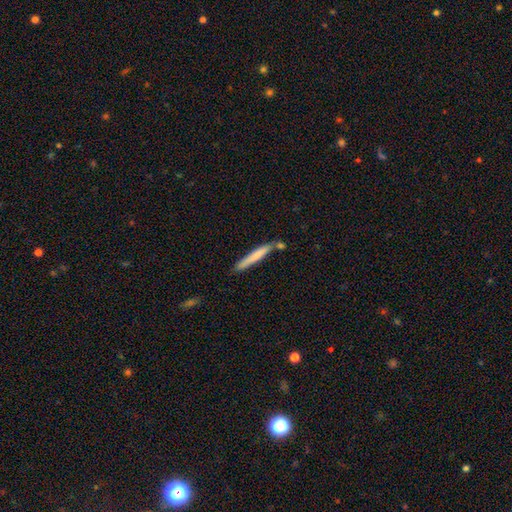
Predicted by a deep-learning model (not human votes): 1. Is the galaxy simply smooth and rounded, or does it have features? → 67% smooth, 27% featured or disk, 6% star or artifact.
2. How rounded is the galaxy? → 95% cigar-shaped, 4% in between, 1% round.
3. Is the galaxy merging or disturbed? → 71% none, 14% minor disturbance, 12% merger, 3% major disturbance.